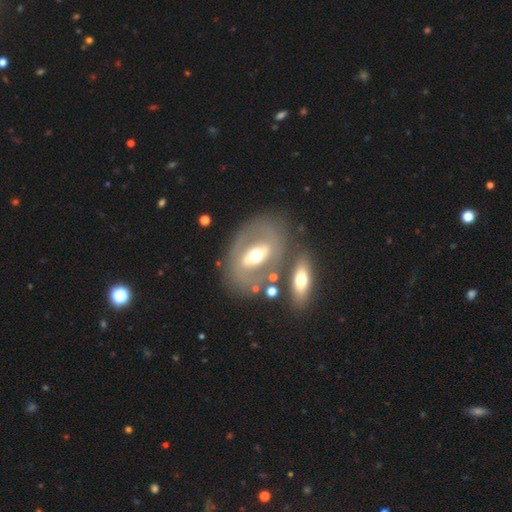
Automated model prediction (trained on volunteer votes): Smooth or featured? Predicted: featured or disk (p=0.67). Edge-on disk? Predicted: no (p=0.86). Bar? Predicted: strong (p=0.45). Spiral arms? Predicted: no (p=0.72). Bulge size? Predicted: moderate (p=0.69). Merging? Predicted: none (p=0.65).